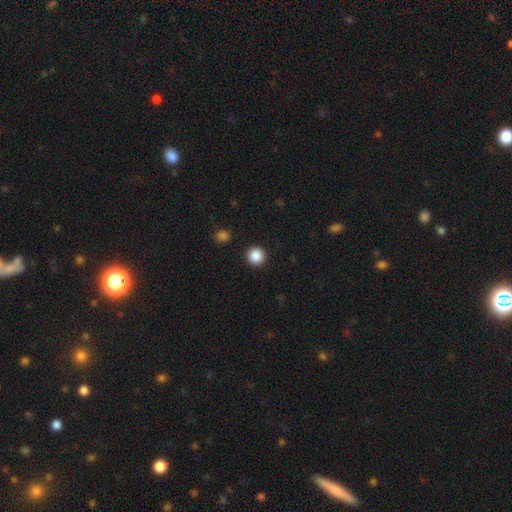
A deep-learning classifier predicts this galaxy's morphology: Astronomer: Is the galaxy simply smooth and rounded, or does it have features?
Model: smooth — 87%.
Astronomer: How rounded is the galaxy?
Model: round — 96%.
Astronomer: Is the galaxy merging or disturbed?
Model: none — 93%.